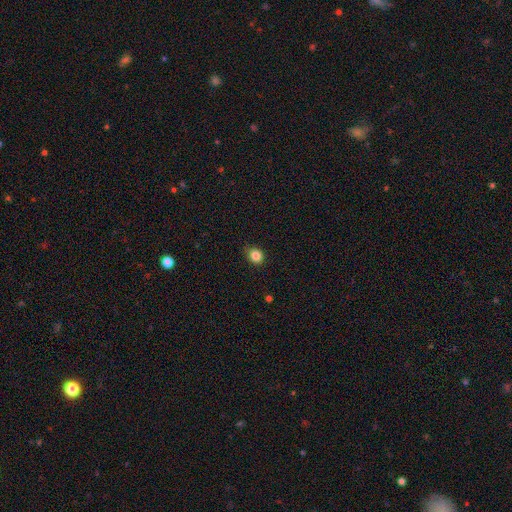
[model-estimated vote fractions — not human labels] This appears to be a smooth galaxy with no disk features (85%) that is round (76%). Merging: none (83%).